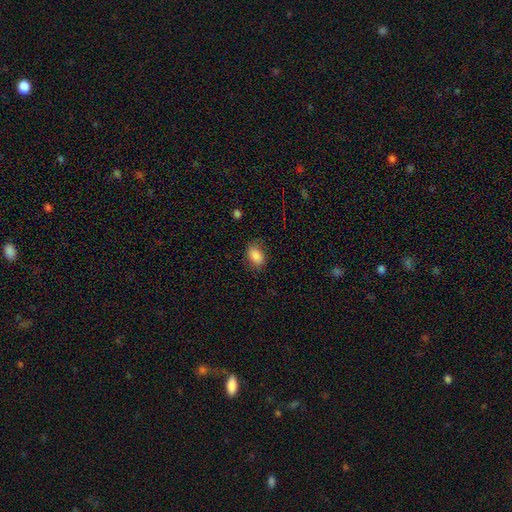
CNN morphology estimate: A smooth galaxy with no disk features (87%) that is in between round and cigar-shaped (84%). Merging: none (78%).